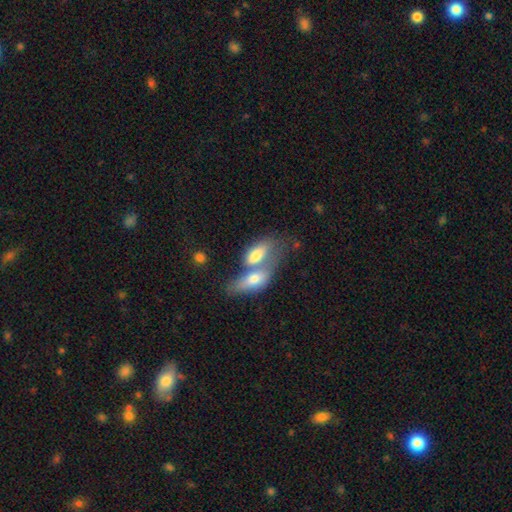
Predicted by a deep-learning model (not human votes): A smooth galaxy with no disk features (71%) that is in between round and cigar-shaped (81%).

Vote fractions:
- Smooth or featured? smooth: 71% / featured or disk: 23% / star or artifact: 6%
- How rounded? in between: 81% / cigar-shaped: 14% / round: 5%
- Merging? merger: 70% / none: 19% / minor disturbance: 7% / major disturbance: 5%